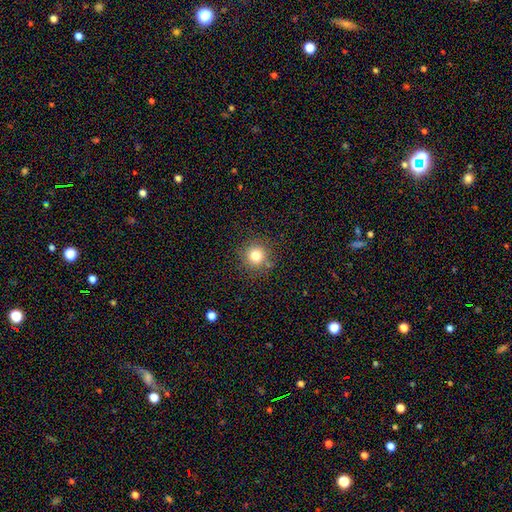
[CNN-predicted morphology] type=smooth (79%); roundness=round (94%); merging=none (85%).